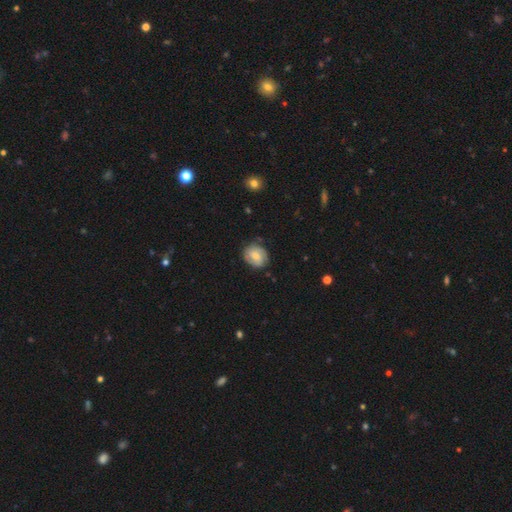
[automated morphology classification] type=featured or disk (49%); merging=none (75%).